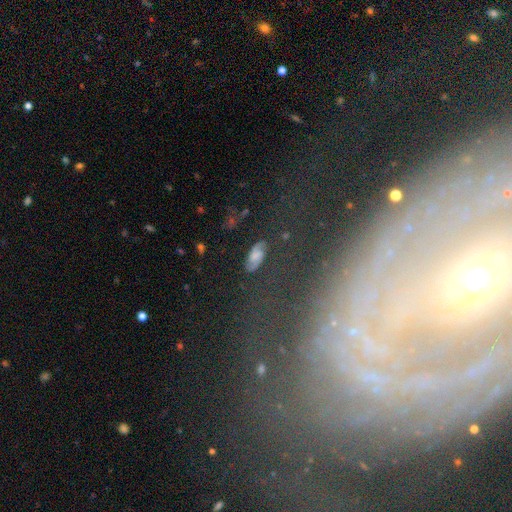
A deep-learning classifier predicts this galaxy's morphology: Smooth or featured? Predicted: featured or disk (p=0.46). Merging? Predicted: none (p=0.76).